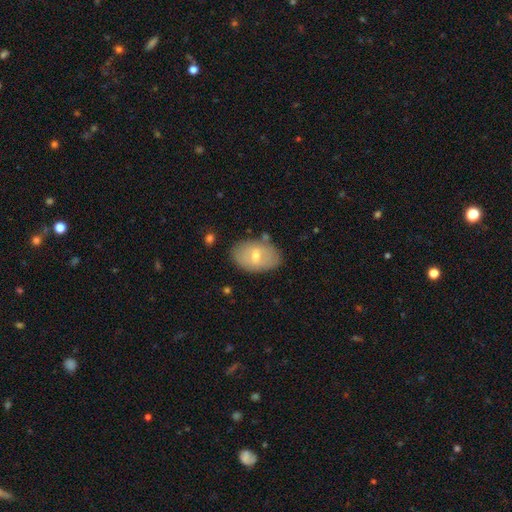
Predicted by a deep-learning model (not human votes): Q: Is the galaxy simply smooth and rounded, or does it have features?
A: smooth — 54%.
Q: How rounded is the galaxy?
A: in between — 90%.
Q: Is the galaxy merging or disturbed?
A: none — 80%.